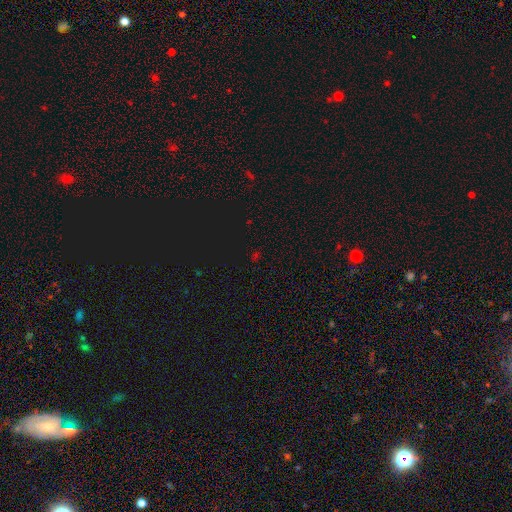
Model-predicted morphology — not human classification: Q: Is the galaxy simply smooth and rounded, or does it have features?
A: star or artifact — 67%.